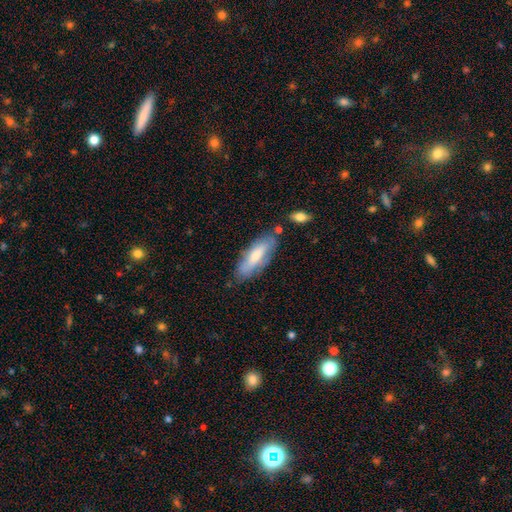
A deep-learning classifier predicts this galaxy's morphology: The model was most divided on "how rounded": in between: 57%, cigar-shaped: 42%, round: 2%. More confident: merging — none (73%); smooth or featured — smooth (63%).